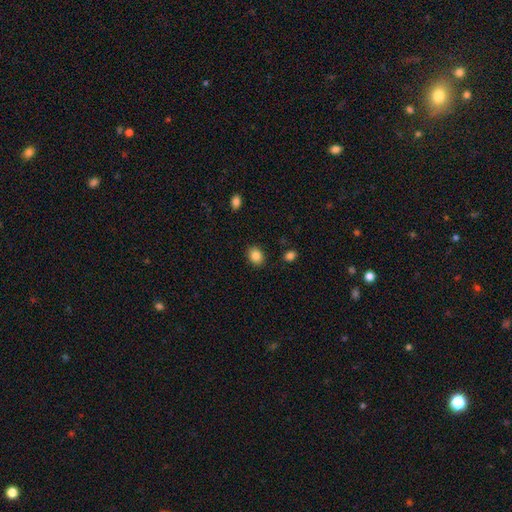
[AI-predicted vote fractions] smooth_or_featured: smooth (p=0.86) [alt: star or artifact p=0.09]
how_rounded: in between (p=0.53) [alt: round p=0.47]
merging: none (p=0.87) [alt: minor disturbance p=0.09]